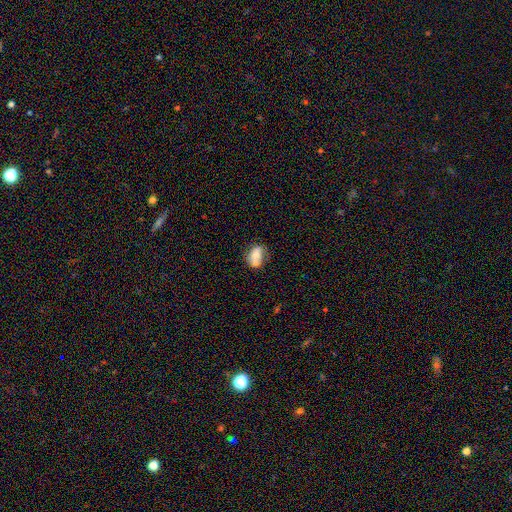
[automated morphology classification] Smooth or featured?
  - smooth: 60% *
  - featured or disk: 31%
  - star or artifact: 9%
How rounded?
  - in between: 61% *
  - round: 37%
  - cigar-shaped: 2%
Merging?
  - none: 44% *
  - merger: 30%
  - minor disturbance: 19%
  - major disturbance: 7%